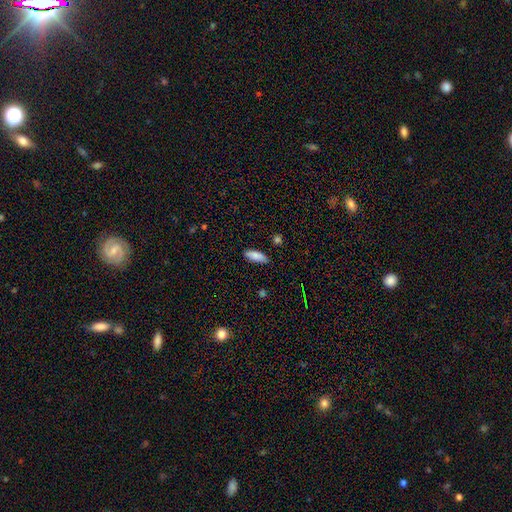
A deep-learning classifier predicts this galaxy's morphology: This is clearly a smooth galaxy (85%). How rounded: likely in between (69%). Merging: clearly none (83%).